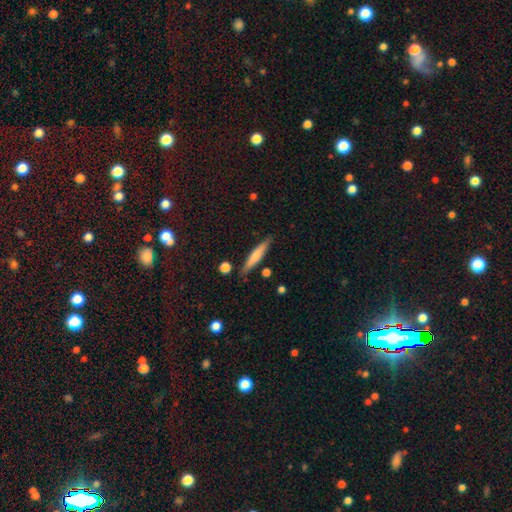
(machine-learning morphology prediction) A smooth galaxy with no disk features (67%) that is cigar-shaped (90%). Merging: none (85%).